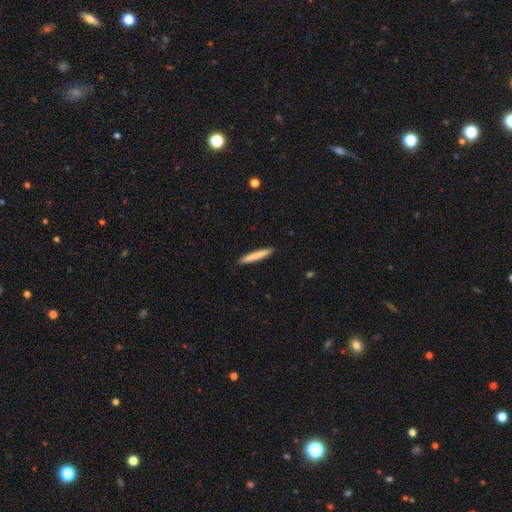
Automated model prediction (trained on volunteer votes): A smooth galaxy with no disk features (80%) that is cigar-shaped (96%).

Vote fractions:
- Smooth or featured? smooth: 80% / featured or disk: 15% / star or artifact: 6%
- How rounded? cigar-shaped: 96% / in between: 3% / round: 1%
- Merging? none: 92% / minor disturbance: 6% / major disturbance: 1% / merger: 1%